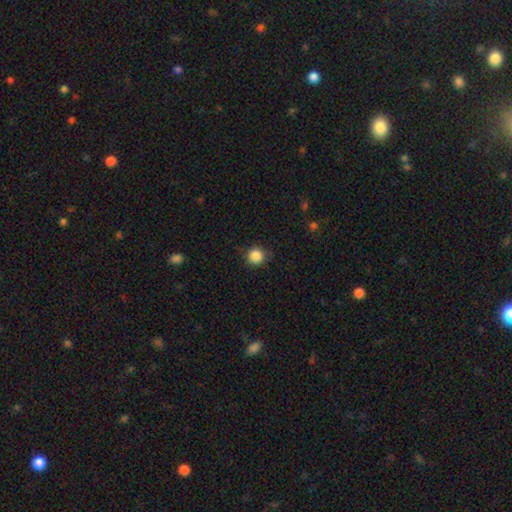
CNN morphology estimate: Smooth or featured: smooth — 87% (star or artifact — 11%)
How rounded: round — 94% (in between — 5%)
Merging: none — 89% (minor disturbance — 8%)